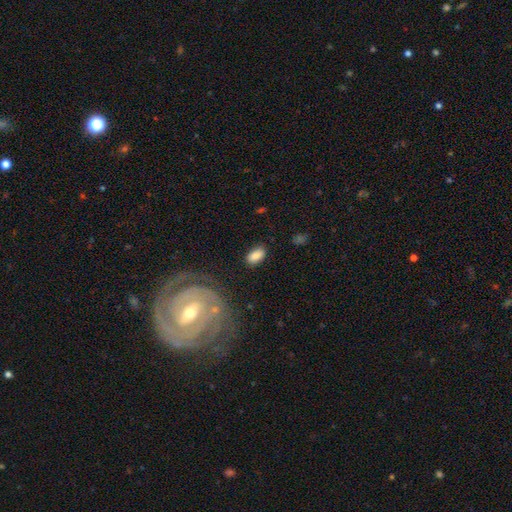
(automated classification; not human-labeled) Smooth or featured?
  - smooth: 85% *
  - featured or disk: 8%
  - star or artifact: 7%
How rounded?
  - in between: 92% *
  - round: 6%
  - cigar-shaped: 2%
Merging?
  - none: 82% *
  - minor disturbance: 12%
  - major disturbance: 4%
  - merger: 2%